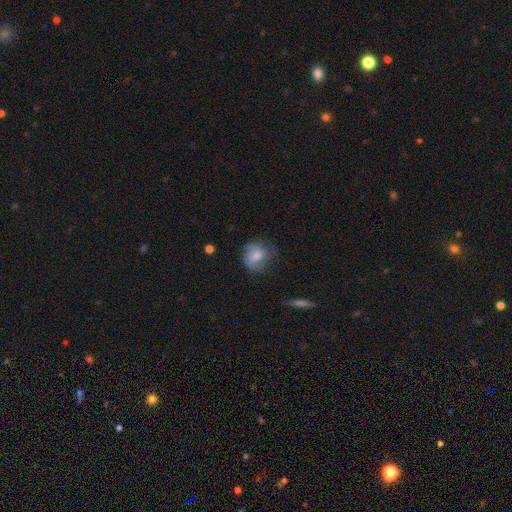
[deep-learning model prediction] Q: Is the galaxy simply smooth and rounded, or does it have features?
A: smooth — 71%.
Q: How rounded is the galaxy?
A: round — 70%.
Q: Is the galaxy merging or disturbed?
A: none — 55%.